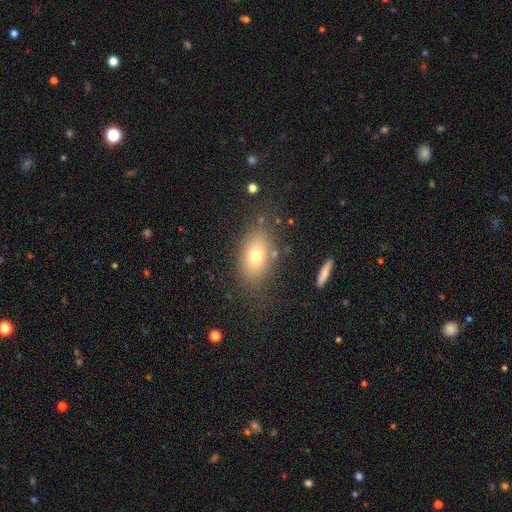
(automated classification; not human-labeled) Smooth or featured? smooth (71%)
How rounded? in between (82%)
Merging? none (75%)